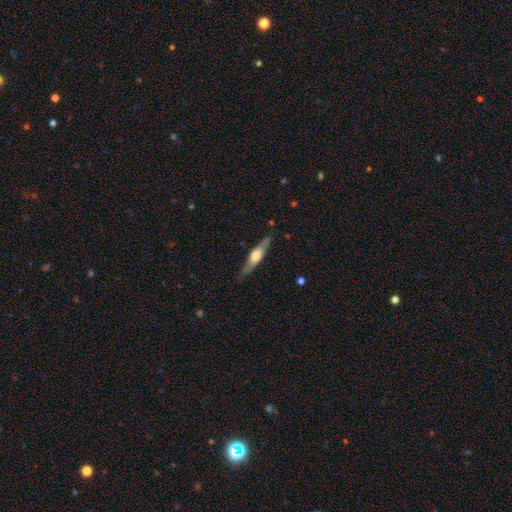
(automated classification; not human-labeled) Overall: featured or disk (59%; smooth 36%). Edge-on disk: yes (90%). Edge-on bulge: rounded (86%). Merging: none (83%).